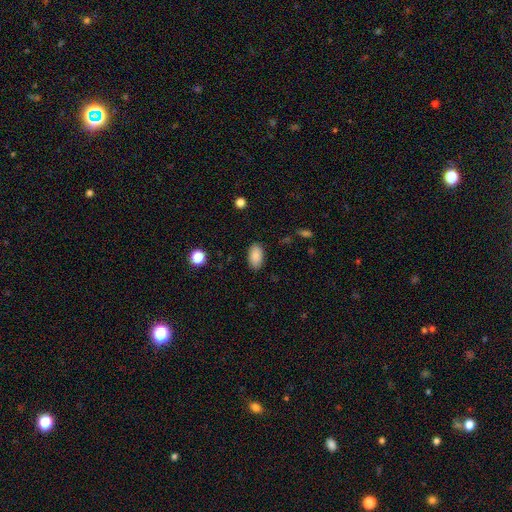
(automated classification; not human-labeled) Morphology: type=smooth (88%); roundness=in between (94%); merging=none (86%).